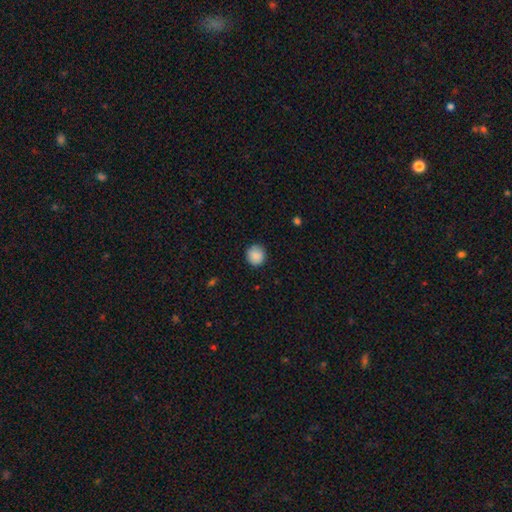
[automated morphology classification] Smooth or featured?
  - smooth: 89% *
  - star or artifact: 8%
  - featured or disk: 3%
How rounded?
  - round: 93% *
  - in between: 6%
  - cigar-shaped: 1%
Merging?
  - none: 89% *
  - minor disturbance: 8%
  - major disturbance: 2%
  - merger: 1%